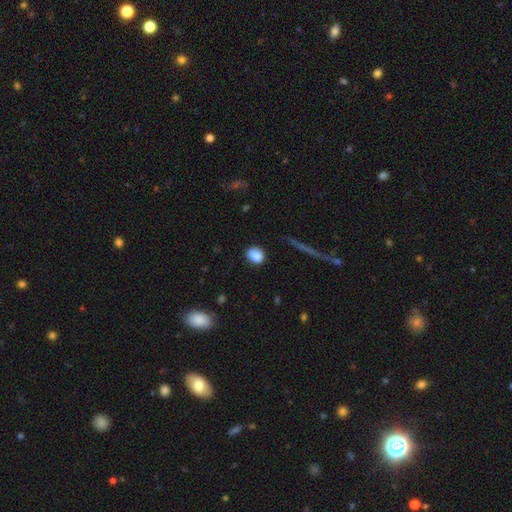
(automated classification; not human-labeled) smooth_or_featured: smooth (p=0.87) [alt: star or artifact p=0.08]
how_rounded: round (p=0.50) [alt: in between p=0.48]
merging: none (p=0.85) [alt: minor disturbance p=0.11]